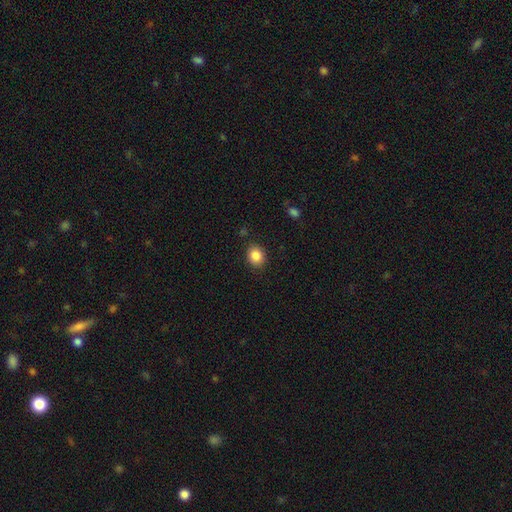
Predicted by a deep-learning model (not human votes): Q: Smooth or featured?
A: smooth (87%); runner-up: star or artifact (9%)
Q: How rounded?
A: round (59%); runner-up: in between (41%)
Q: Merging?
A: none (86%); runner-up: minor disturbance (10%)